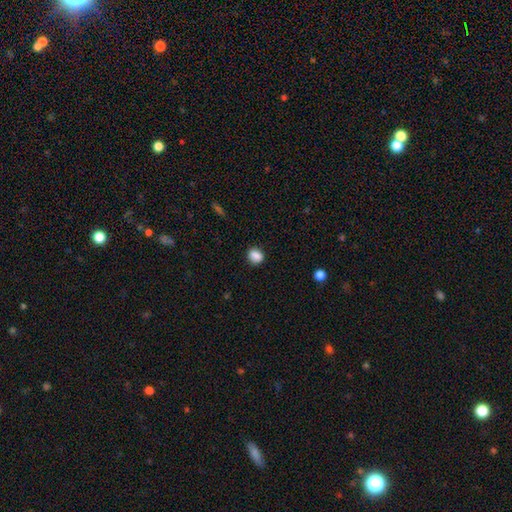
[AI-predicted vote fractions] A smooth galaxy with no disk features (87%) that is round (55%). Merging: none (85%).